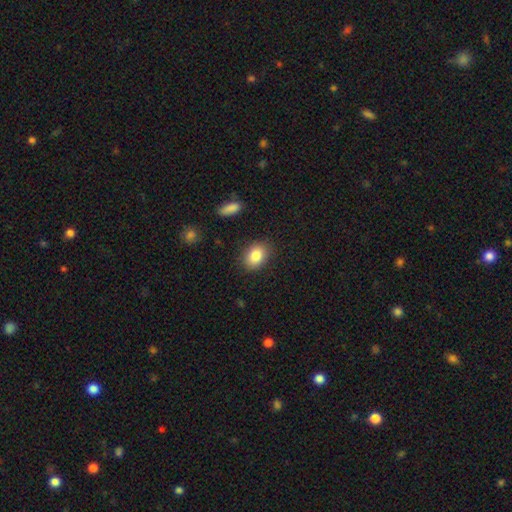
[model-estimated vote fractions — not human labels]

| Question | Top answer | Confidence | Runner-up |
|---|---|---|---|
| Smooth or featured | smooth | 85% | star or artifact (8%) |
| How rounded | in between | 72% | round (27%) |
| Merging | none | 85% | minor disturbance (11%) |